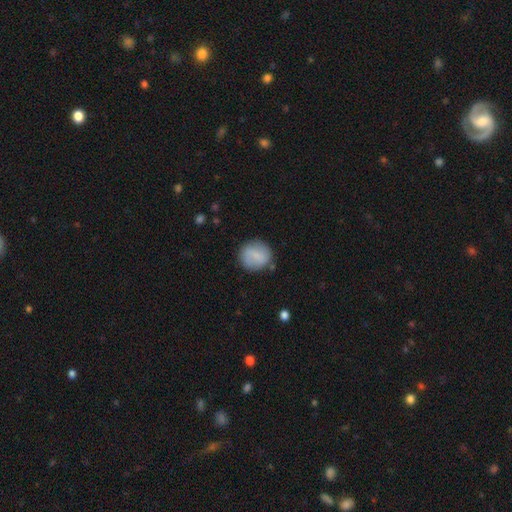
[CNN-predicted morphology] smooth_or_featured: smooth (p=0.69) [alt: featured or disk p=0.24]
how_rounded: round (p=0.87) [alt: in between p=0.12]
merging: none (p=0.78) [alt: minor disturbance p=0.14]